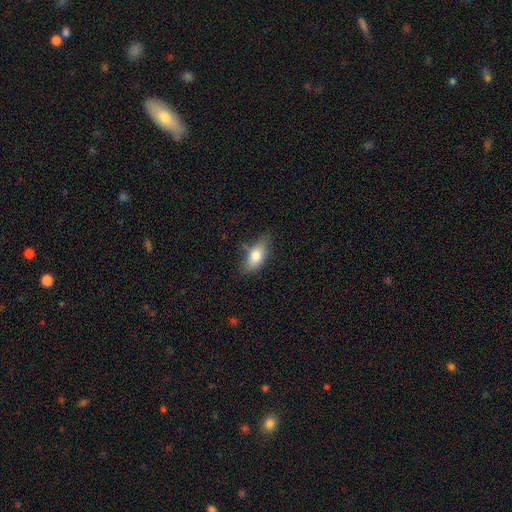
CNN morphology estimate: Smooth or featured? Predicted: smooth (p=0.76). How rounded? Predicted: in between (p=0.83). Merging? Predicted: none (p=0.62).